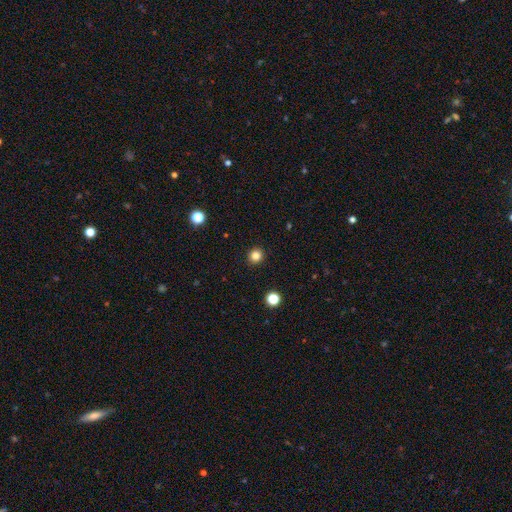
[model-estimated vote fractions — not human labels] This appears to be a smooth galaxy with no disk features (83%) that is round (93%). Merging: none (93%).